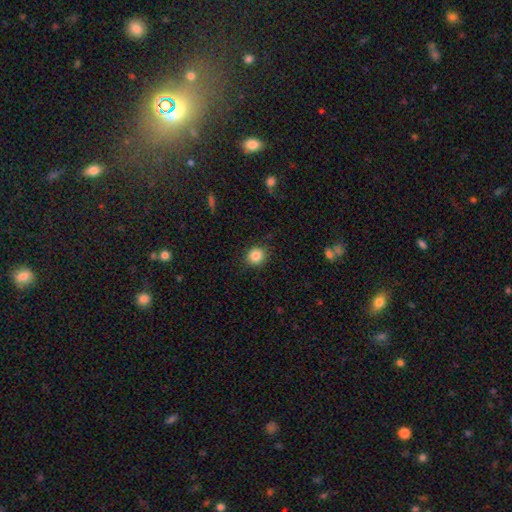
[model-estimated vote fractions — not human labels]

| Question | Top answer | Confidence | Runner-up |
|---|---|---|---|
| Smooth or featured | smooth | 84% | star or artifact (10%) |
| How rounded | round | 83% | in between (16%) |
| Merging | none | 89% | minor disturbance (8%) |